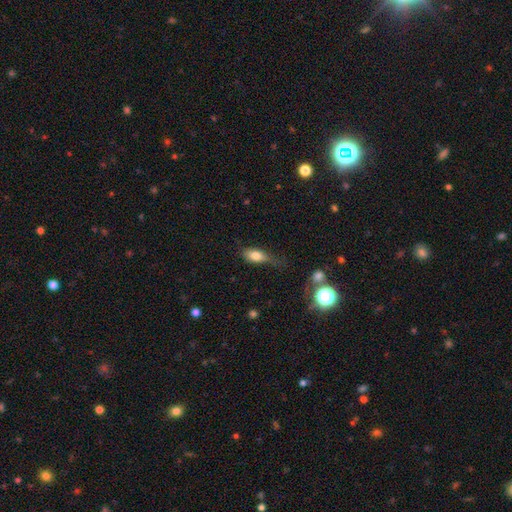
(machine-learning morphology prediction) Smooth or featured: smooth — 77% (featured or disk — 14%)
How rounded: in between — 82% (cigar-shaped — 12%)
Merging: none — 43% (minor disturbance — 33%)